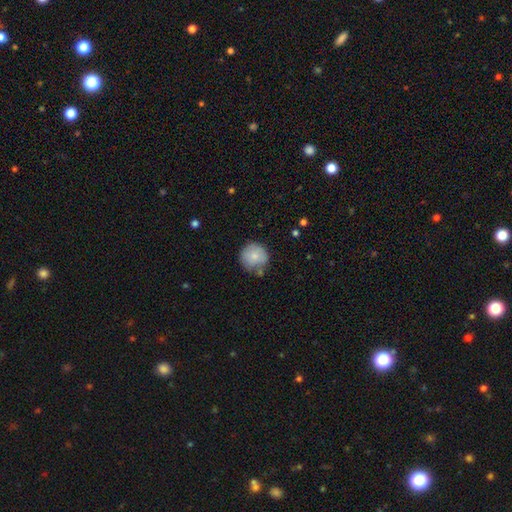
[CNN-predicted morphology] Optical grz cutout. It shows a smooth galaxy with no disk features (80%) that is round (94%). Merging: none (72%).